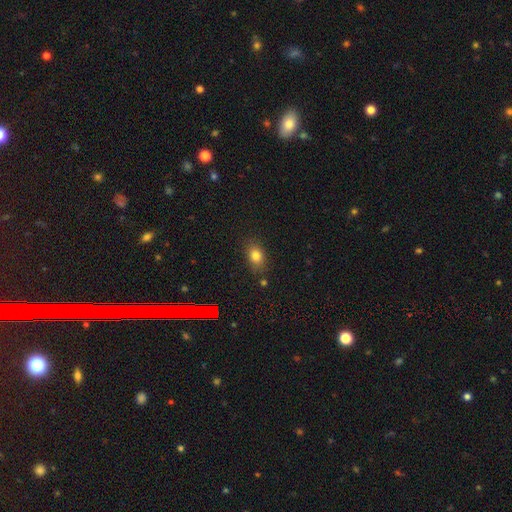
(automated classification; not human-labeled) Overall: smooth (78%). How rounded: in between (69%; round 29%). Merging: none (79%).